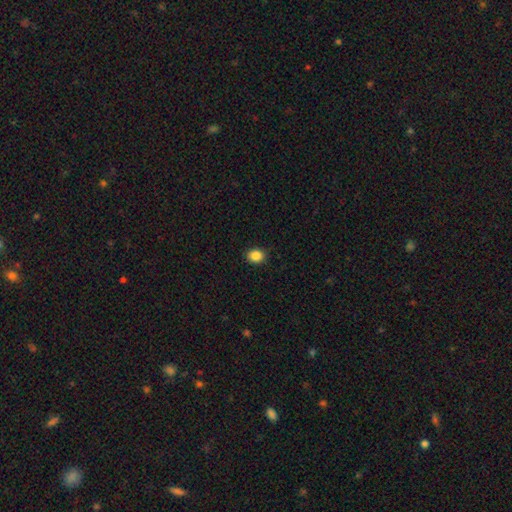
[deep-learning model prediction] A smooth galaxy with no disk features (87%) that is round (56%).

Vote fractions:
- Smooth or featured? smooth: 87% / star or artifact: 10% / featured or disk: 3%
- How rounded? round: 56% / in between: 43% / cigar-shaped: 1%
- Merging? none: 89% / minor disturbance: 8% / major disturbance: 2% / merger: 1%